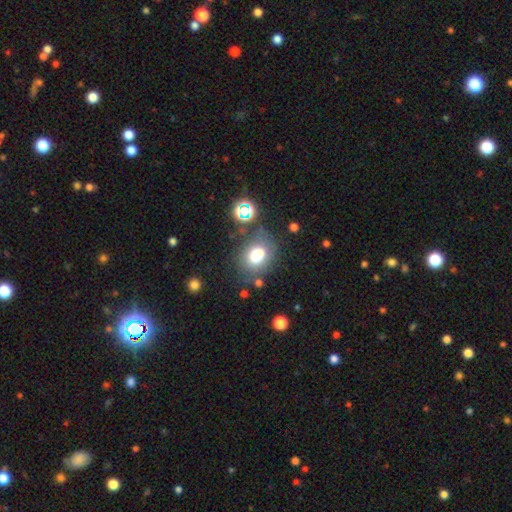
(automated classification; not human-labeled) A smooth galaxy with no disk features (71%) that is round (54%). Merging: none (58%).